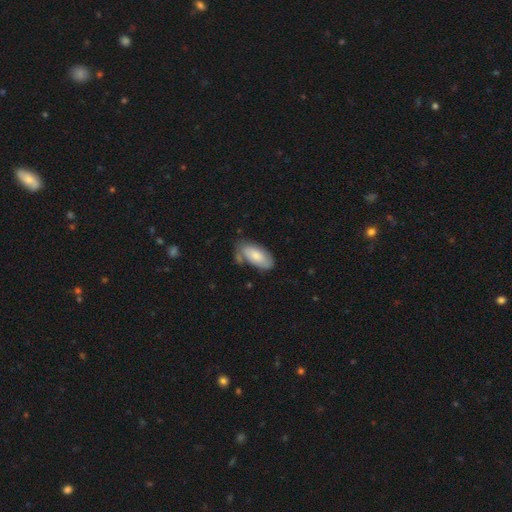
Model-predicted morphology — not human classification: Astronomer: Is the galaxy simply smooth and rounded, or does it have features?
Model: smooth — 69%.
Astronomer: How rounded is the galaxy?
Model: in between — 92%.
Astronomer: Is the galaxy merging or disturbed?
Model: none — 56%.